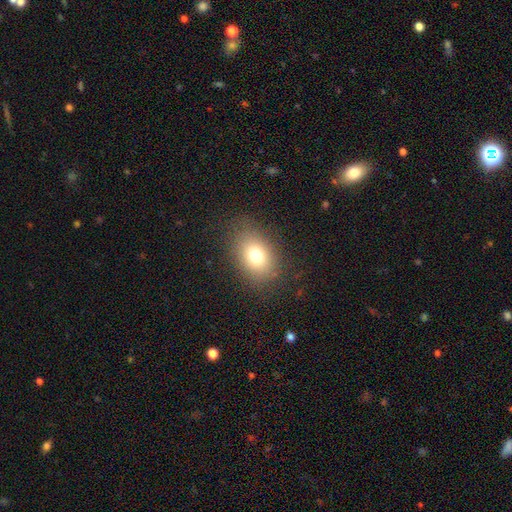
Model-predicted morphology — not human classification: smooth-or-featured: smooth: 75% | star or artifact: 13% | featured or disk: 12%
  how-rounded: in between: 70% | round: 28% | cigar-shaped: 1%
  merging: none: 81% | minor disturbance: 12% | major disturbance: 6% | merger: 1%